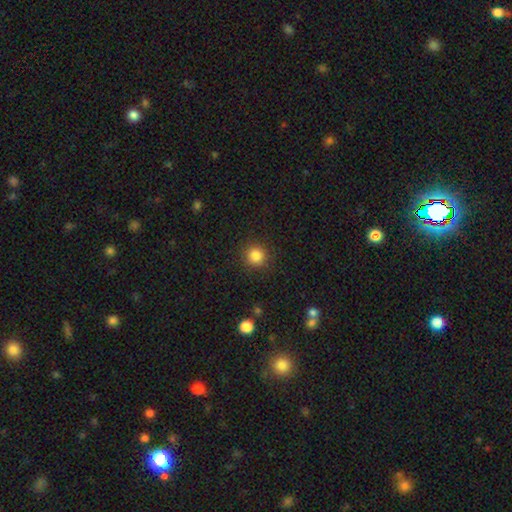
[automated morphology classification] This is clearly a smooth galaxy (85%). How rounded: clearly round (93%). Merging: clearly none (89%).